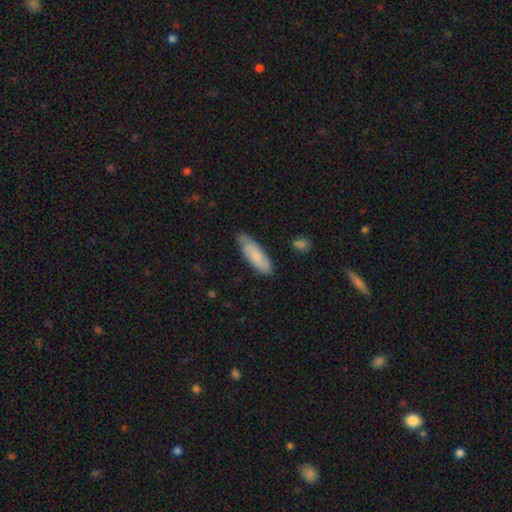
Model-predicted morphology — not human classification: This is clearly a smooth galaxy (82%). How rounded: possibly in between (53%). Merging: likely none (74%).